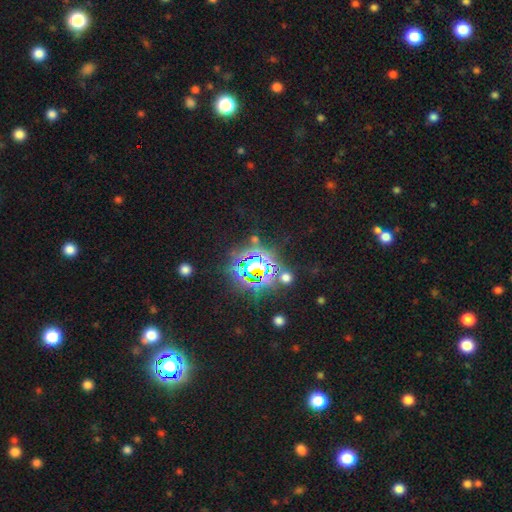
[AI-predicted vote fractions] The model was most divided on "smooth or featured": star or artifact: 82%, smooth: 12%, featured or disk: 7%.